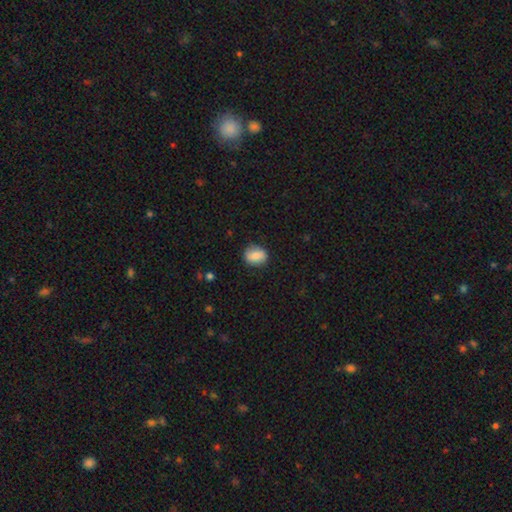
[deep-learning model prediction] A smooth galaxy with no disk features (80%) that is round (50%). Merging: none (84%).